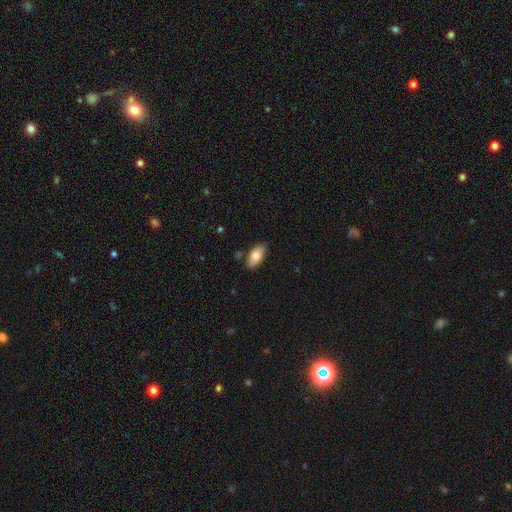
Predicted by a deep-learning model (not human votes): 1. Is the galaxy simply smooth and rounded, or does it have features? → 80% smooth, 14% featured or disk, 7% star or artifact.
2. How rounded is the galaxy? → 91% in between, 7% cigar-shaped, 3% round.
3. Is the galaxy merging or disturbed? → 83% none, 12% minor disturbance, 2% merger, 2% major disturbance.